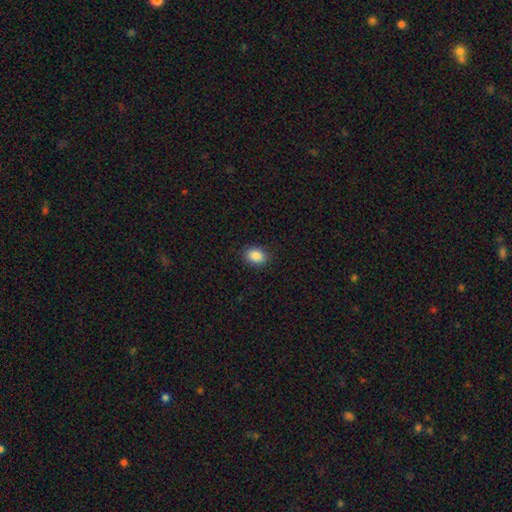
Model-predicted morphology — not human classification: This appears to be a smooth galaxy with no disk features (88%) that is in between round and cigar-shaped (76%). Merging: none (88%).